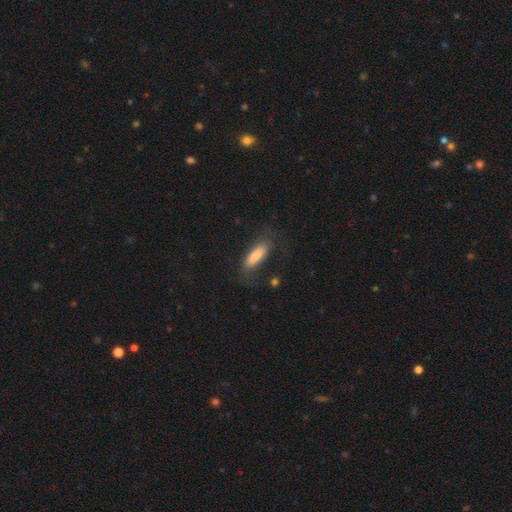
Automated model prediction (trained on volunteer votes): Smooth or featured? Predicted: smooth (p=0.76). How rounded? Predicted: cigar-shaped (p=0.49, tied with in between). Merging? Predicted: none (p=0.65).